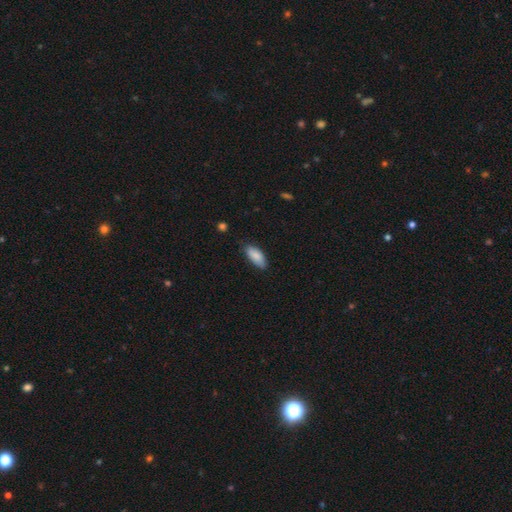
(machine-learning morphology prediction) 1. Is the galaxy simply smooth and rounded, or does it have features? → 86% smooth, 8% featured or disk, 6% star or artifact.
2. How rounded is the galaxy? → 86% in between, 12% cigar-shaped, 2% round.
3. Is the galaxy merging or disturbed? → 77% none, 20% minor disturbance, 3% major disturbance, 1% merger.